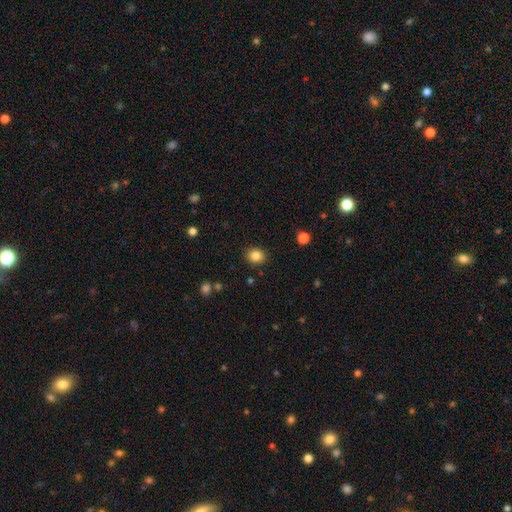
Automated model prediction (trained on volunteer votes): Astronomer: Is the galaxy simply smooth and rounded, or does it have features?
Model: smooth — 84%.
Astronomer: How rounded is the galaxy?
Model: round — 64%.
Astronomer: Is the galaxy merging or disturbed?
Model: none — 88%.